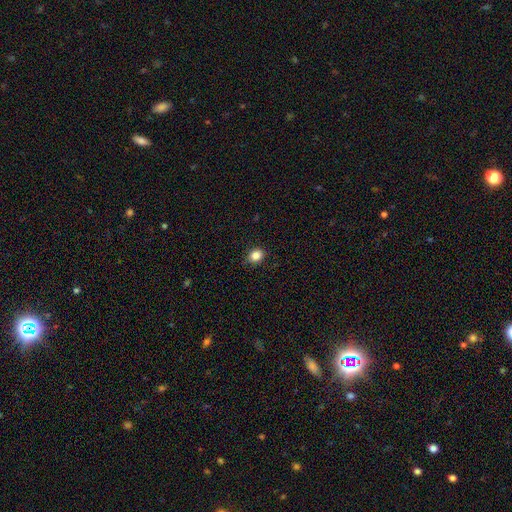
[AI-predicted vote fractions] Smooth or featured: smooth — 85% (star or artifact — 10%)
How rounded: round — 57% (in between — 42%)
Merging: none — 87% (minor disturbance — 10%)